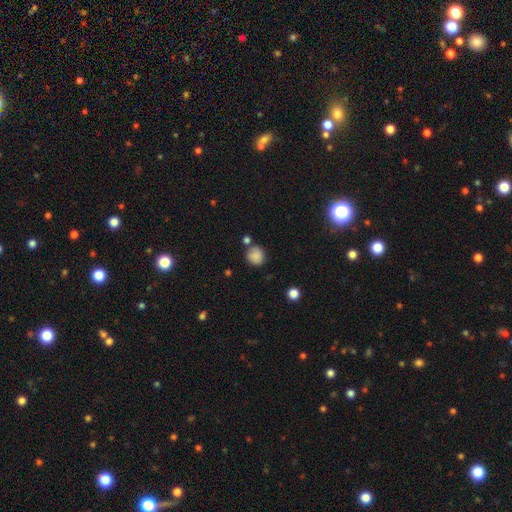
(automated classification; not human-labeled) smooth 84%, star or artifact 10%, featured or disk 6%. Down the decision tree: how rounded — round (85%); merging — none (67%).